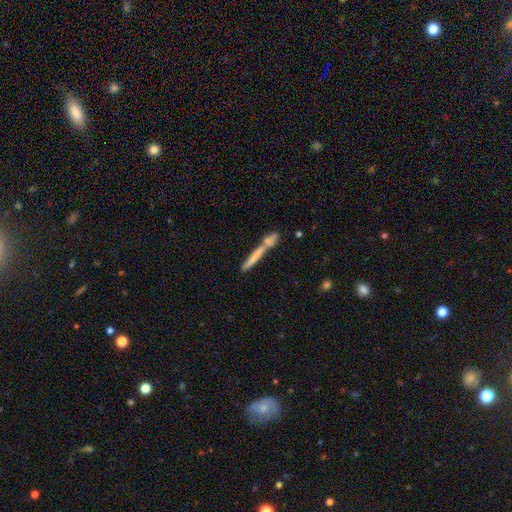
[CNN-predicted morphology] smooth-or-featured: smooth: 60% | featured or disk: 32% | star or artifact: 8%
  how-rounded: cigar-shaped: 93% | in between: 5% | round: 2%
  merging: none: 49% | merger: 35% | minor disturbance: 10% | major disturbance: 5%